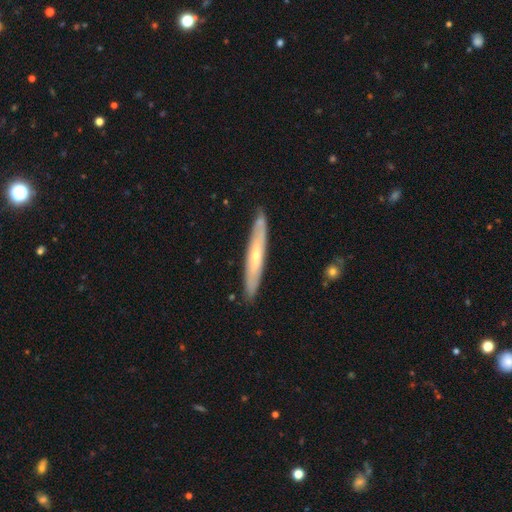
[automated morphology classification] The model was most divided on "smooth or featured": featured or disk: 60%, smooth: 34%, star or artifact: 6%. More confident: merging — none (86%); edge-on disk — yes (78%).